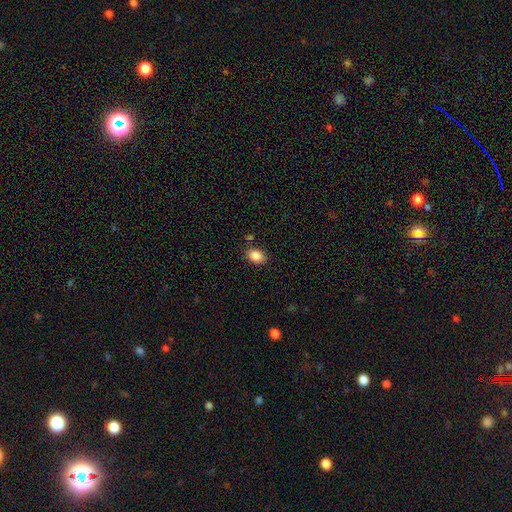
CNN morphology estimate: smooth-or-featured: smooth: 88% | star or artifact: 8% | featured or disk: 4%
  how-rounded: in between: 77% | round: 22% | cigar-shaped: 1%
  merging: none: 82% | minor disturbance: 11% | merger: 4% | major disturbance: 3%